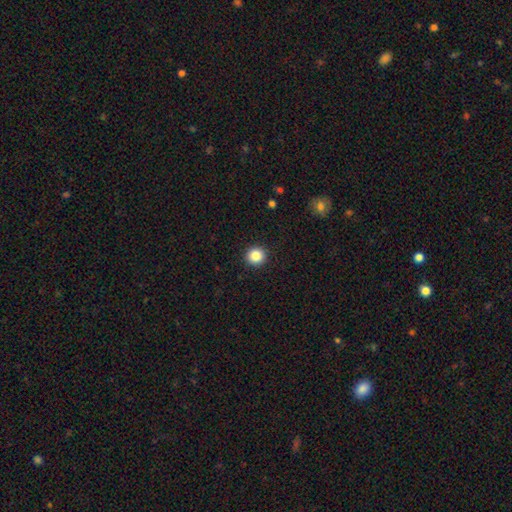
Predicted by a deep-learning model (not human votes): This is clearly a smooth galaxy (86%). How rounded: clearly round (94%). Merging: clearly none (93%).